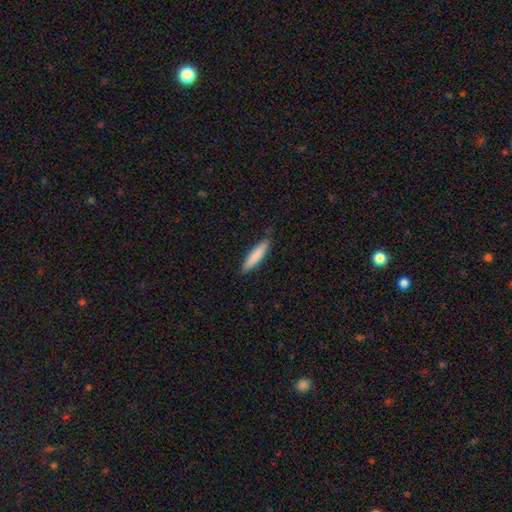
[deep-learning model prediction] smooth-or-featured: smooth: 82% | featured or disk: 13% | star or artifact: 6%
  how-rounded: cigar-shaped: 82% | in between: 17% | round: 1%
  merging: none: 84% | minor disturbance: 13% | major disturbance: 2% | merger: 1%